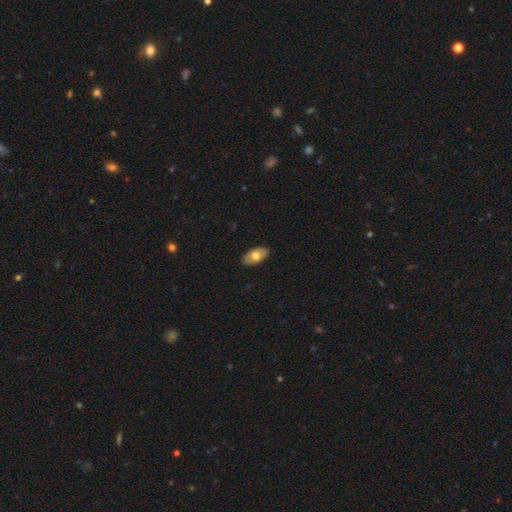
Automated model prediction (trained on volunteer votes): Smooth or featured: smooth — 70% (featured or disk — 24%)
How rounded: in between — 94% (cigar-shaped — 3%)
Merging: none — 89% (minor disturbance — 9%)